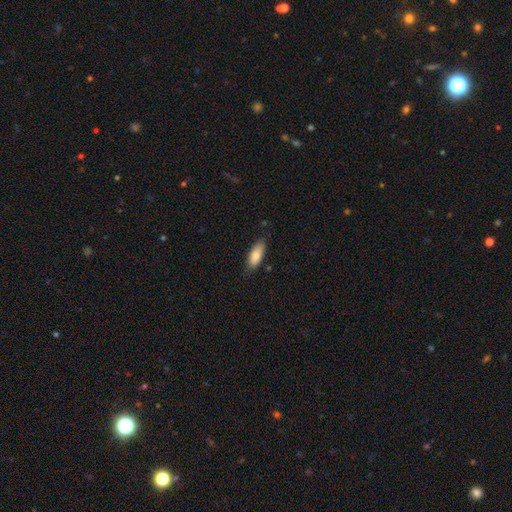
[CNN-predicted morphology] Smooth or featured? smooth (83%)
How rounded? in between (74%)
Merging? none (76%)